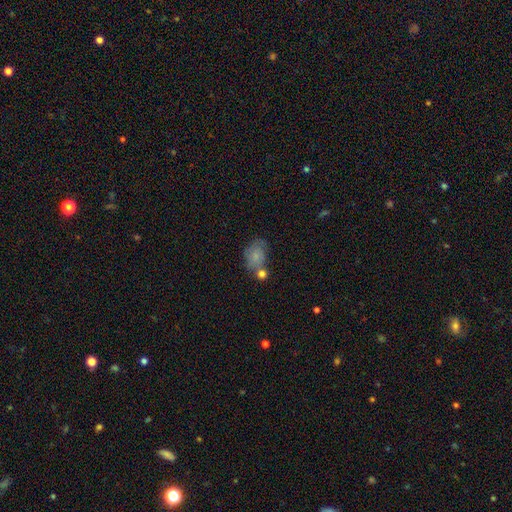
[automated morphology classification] Overall: smooth (75%). How rounded: in between (65%; round 34%). Merging: none (40%; merger 28%).